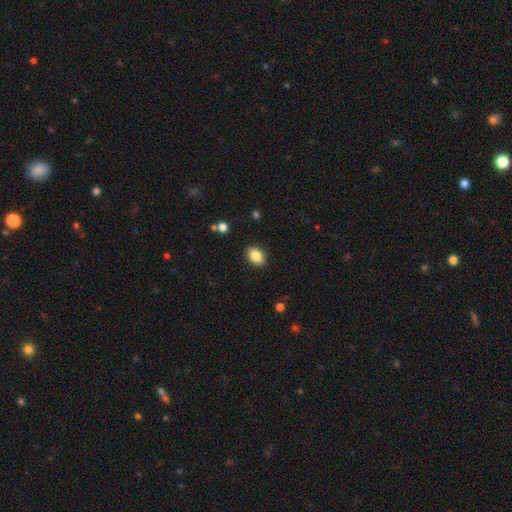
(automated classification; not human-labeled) The model was most divided on "how rounded": in between: 72%, round: 27%, cigar-shaped: 1%. More confident: merging — none (89%); smooth or featured — smooth (86%).